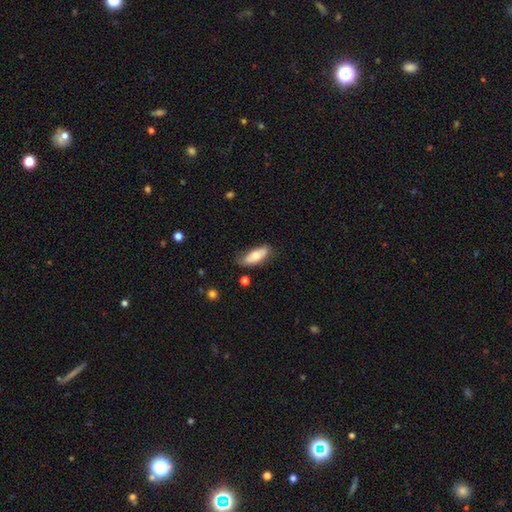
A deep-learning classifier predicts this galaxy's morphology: Smooth or featured? smooth (64%)
How rounded? in between (78%)
Merging? none (69%)